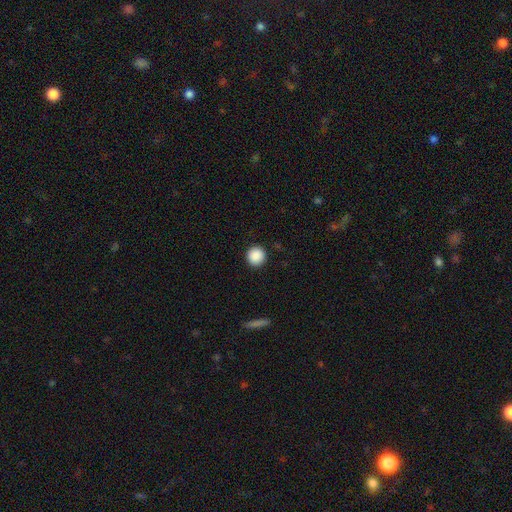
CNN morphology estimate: Smooth or featured: smooth — 89% (star or artifact — 8%)
How rounded: round — 94% (in between — 5%)
Merging: none — 92% (minor disturbance — 5%)